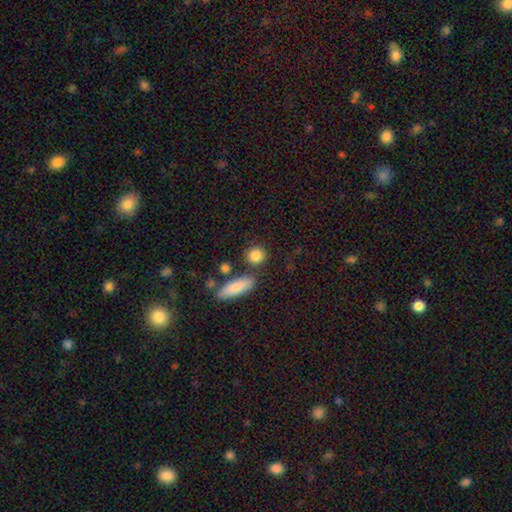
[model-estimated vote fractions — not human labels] Smooth or featured: smooth — 86% (star or artifact — 8%)
How rounded: round — 80% (in between — 16%)
Merging: none — 78% (minor disturbance — 10%)